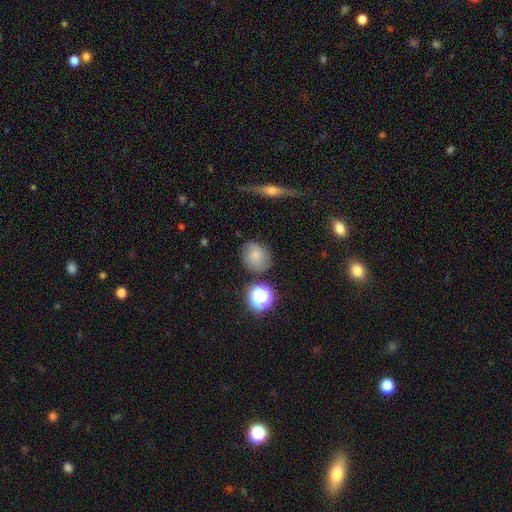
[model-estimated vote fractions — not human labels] Smooth or featured? smooth (67%)
How rounded? round (73%)
Merging? none (75%)